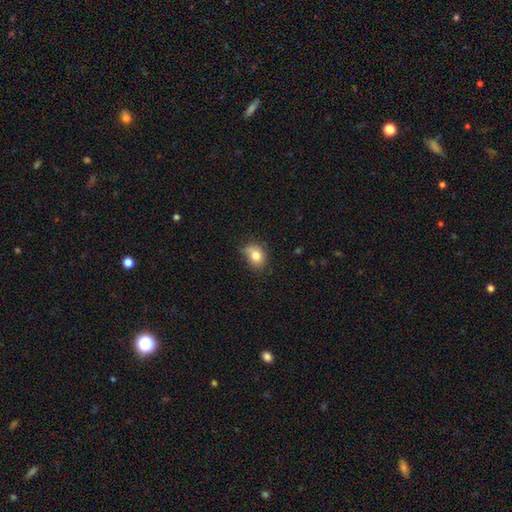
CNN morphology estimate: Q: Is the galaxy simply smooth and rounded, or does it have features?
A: smooth — 79%.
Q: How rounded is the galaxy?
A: in between — 55%.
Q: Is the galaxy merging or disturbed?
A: none — 57%.